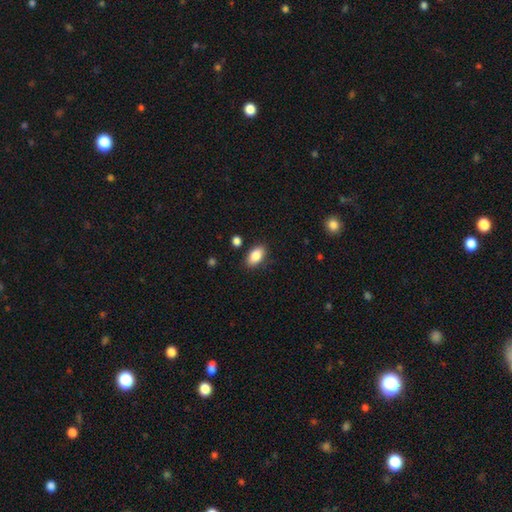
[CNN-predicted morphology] A smooth galaxy with no disk features (86%) that is in between round and cigar-shaped (91%).

Vote fractions:
- Smooth or featured? smooth: 86% / star or artifact: 8% / featured or disk: 7%
- How rounded? in between: 91% / round: 6% / cigar-shaped: 3%
- Merging? none: 85% / minor disturbance: 10% / merger: 3% / major disturbance: 2%